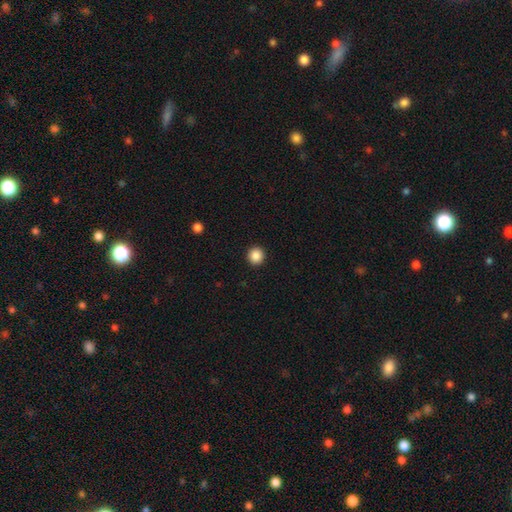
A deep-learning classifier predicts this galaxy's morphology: This is clearly a smooth galaxy (88%). How rounded: clearly round (95%). Merging: clearly none (94%).